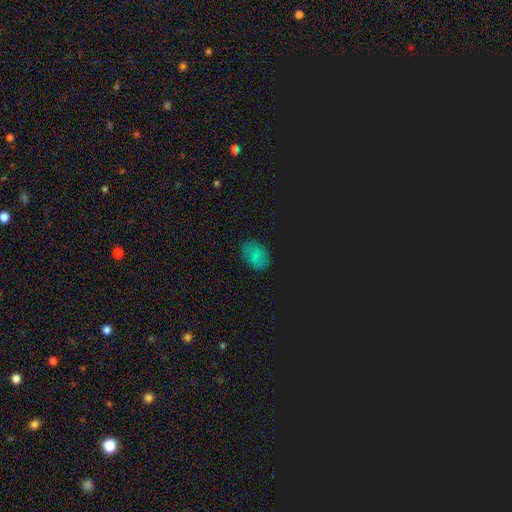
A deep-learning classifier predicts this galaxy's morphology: The model was most divided on "smooth or featured": smooth: 55%, star or artifact: 33%, featured or disk: 12%. More confident: merging — none (81%); how rounded — in between (76%).